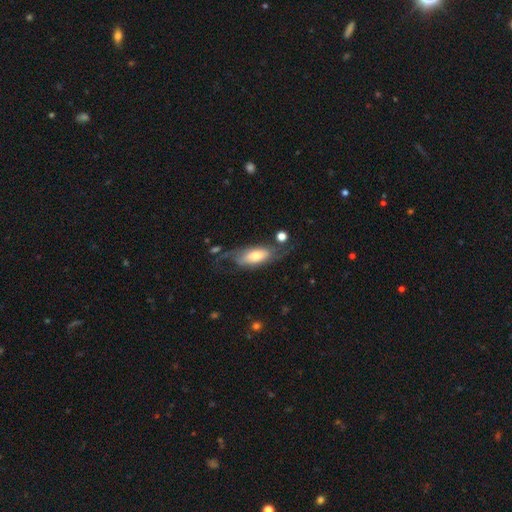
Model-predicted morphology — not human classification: Smooth or featured? Predicted: smooth (p=0.49). Merging? Predicted: none (p=0.48).